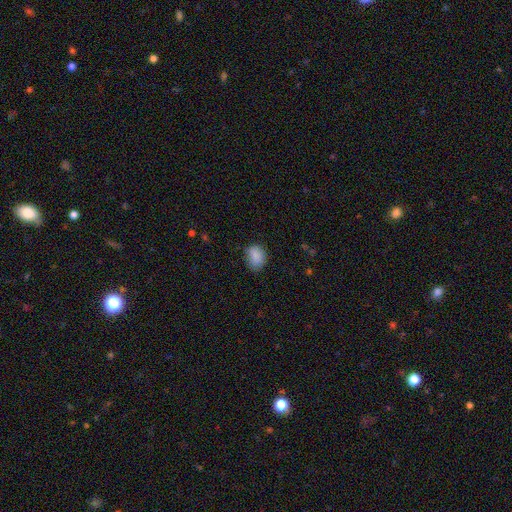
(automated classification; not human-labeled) Q: Smooth or featured?
A: smooth (86%); runner-up: star or artifact (9%)
Q: How rounded?
A: in between (65%); runner-up: round (34%)
Q: Merging?
A: none (68%); runner-up: minor disturbance (25%)